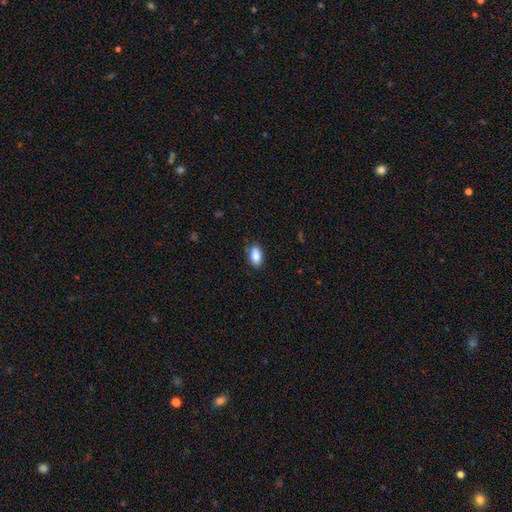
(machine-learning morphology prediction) Smooth or featured? Predicted: smooth (p=0.86). How rounded? Predicted: in between (p=0.91). Merging? Predicted: none (p=0.76).